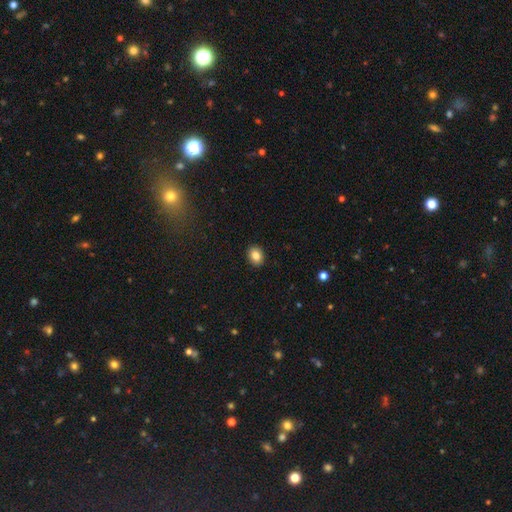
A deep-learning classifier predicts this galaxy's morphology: smooth 83%, star or artifact 9%, featured or disk 8%. Down the decision tree: how rounded — in between (51%); merging — none (91%).